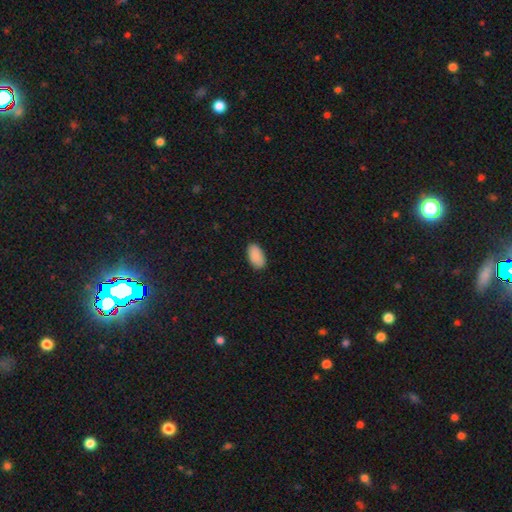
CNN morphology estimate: This is clearly a smooth galaxy (90%). How rounded: clearly in between (95%). Merging: clearly none (87%).